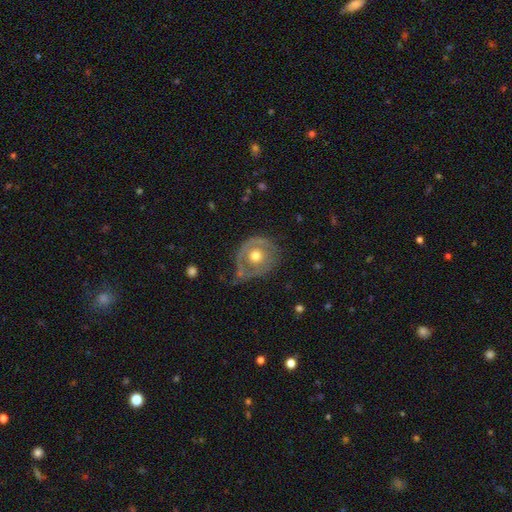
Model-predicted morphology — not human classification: Smooth or featured? Predicted: featured or disk (p=0.57). Edge-on disk? Predicted: no (p=0.95). Bar? Predicted: no (p=0.89). Spiral arms? Predicted: no (p=0.63). Bulge size? Predicted: moderate (p=0.77). Merging? Predicted: none (p=0.48).